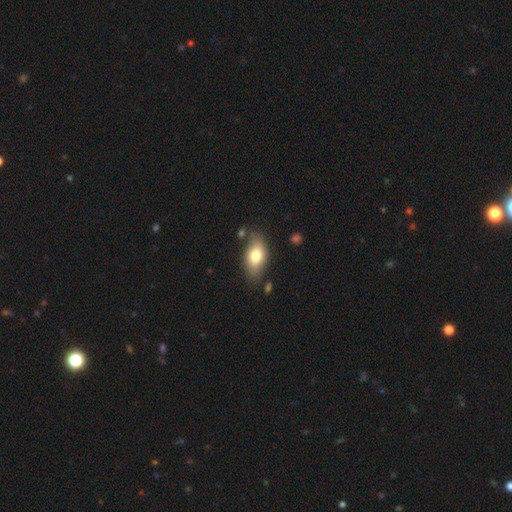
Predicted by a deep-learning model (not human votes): Q: Smooth or featured?
A: smooth (76%); runner-up: featured or disk (17%)
Q: How rounded?
A: in between (90%); runner-up: round (7%)
Q: Merging?
A: none (72%); runner-up: minor disturbance (19%)